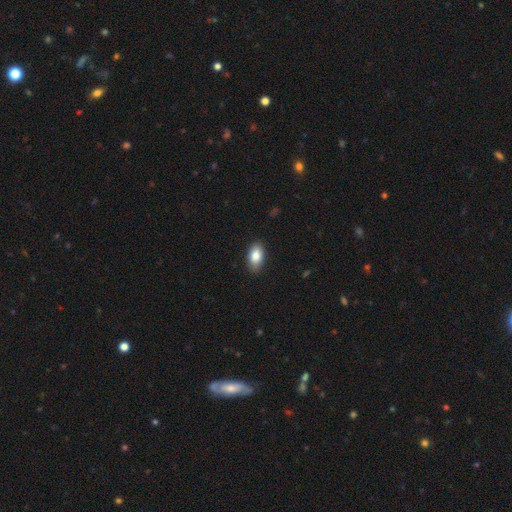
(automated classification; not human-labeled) A smooth galaxy with no disk features (85%) that is in between round and cigar-shaped (92%).

Vote fractions:
- Smooth or featured? smooth: 85% / featured or disk: 8% / star or artifact: 7%
- How rounded? in between: 92% / round: 6% / cigar-shaped: 2%
- Merging? none: 86% / minor disturbance: 11% / major disturbance: 2% / merger: 1%